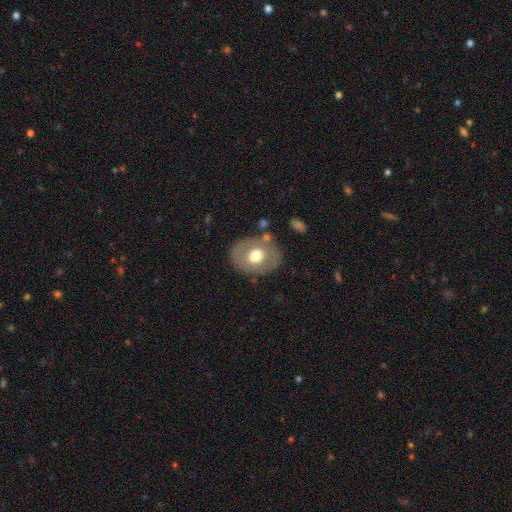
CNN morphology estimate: smooth_or_featured: smooth (p=0.57) [alt: featured or disk p=0.36]
how_rounded: round (p=0.56) [alt: in between p=0.43]
merging: none (p=0.77) [alt: minor disturbance p=0.13]